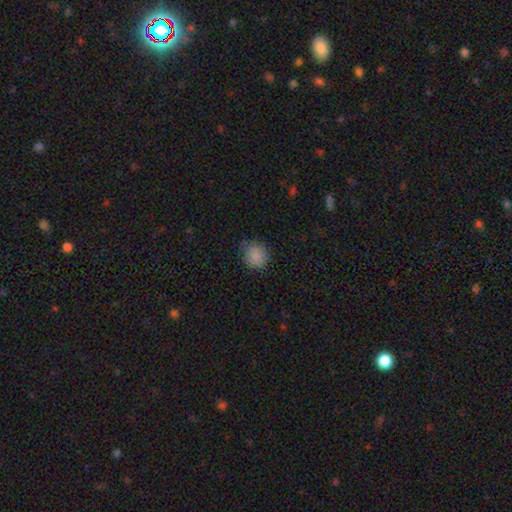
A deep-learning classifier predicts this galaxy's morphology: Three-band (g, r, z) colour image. It shows a smooth galaxy with no disk features (86%) that is round (81%). Merging: none (75%).